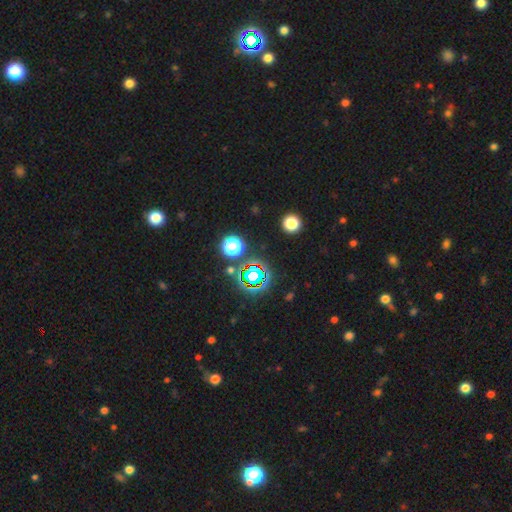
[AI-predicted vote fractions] Smooth or featured? star or artifact (75%)